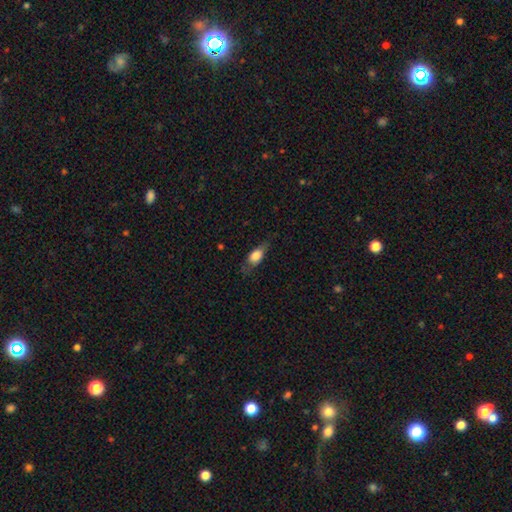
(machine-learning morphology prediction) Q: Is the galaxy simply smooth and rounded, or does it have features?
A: smooth — 73%.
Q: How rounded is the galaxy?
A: in between — 76%.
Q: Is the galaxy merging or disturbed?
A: none — 63%.